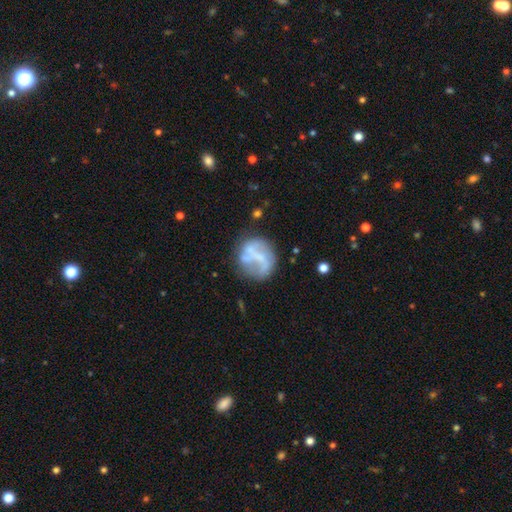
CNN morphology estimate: This is possibly a featured or disk galaxy (58%). It is clearly not viewed edge-on (98%). Bar: possibly no (59%). Spiral arm pattern: likely no (62%). Central bulge: possibly none (58%). Merging: possibly none (49%).